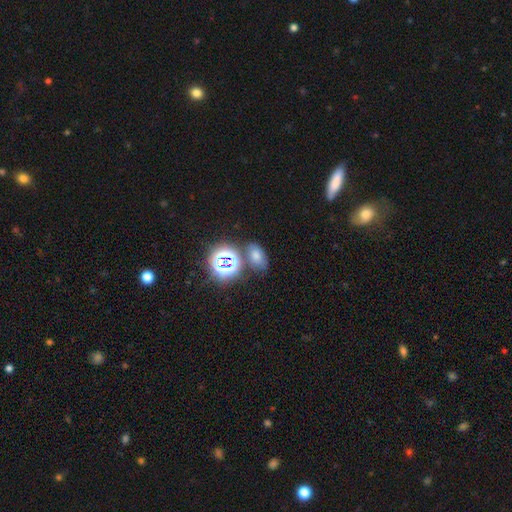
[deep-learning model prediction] Smooth or featured?
  - smooth: 45% *
  - star or artifact: 41%
  - featured or disk: 14%
Merging?
  - none: 70% *
  - minor disturbance: 13%
  - merger: 12%
  - major disturbance: 5%